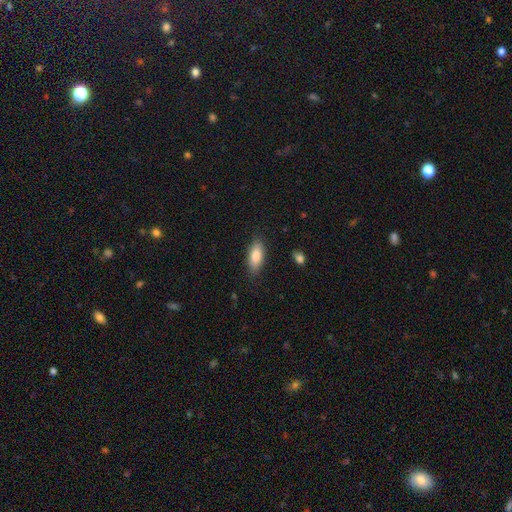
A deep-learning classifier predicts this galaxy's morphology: The model was most divided on "how rounded": in between: 81%, cigar-shaped: 16%, round: 2%. More confident: smooth or featured — smooth (85%); merging — none (83%).